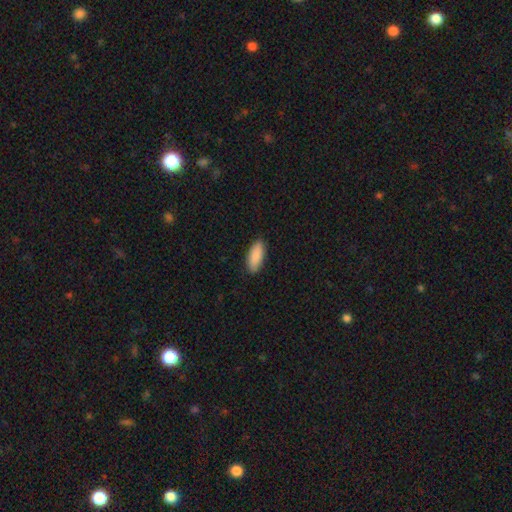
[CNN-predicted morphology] Smooth or featured: smooth — 90% (star or artifact — 6%)
How rounded: in between — 80% (cigar-shaped — 18%)
Merging: none — 89% (minor disturbance — 8%)